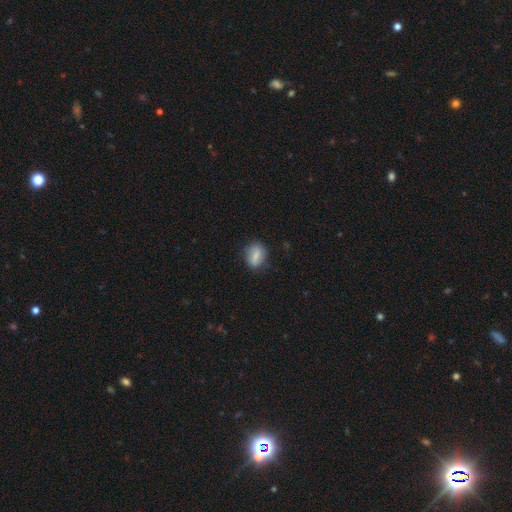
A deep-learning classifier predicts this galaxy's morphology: This appears to be a smooth galaxy with no disk features (71%) that is in between round and cigar-shaped (62%). Merging: none (78%).